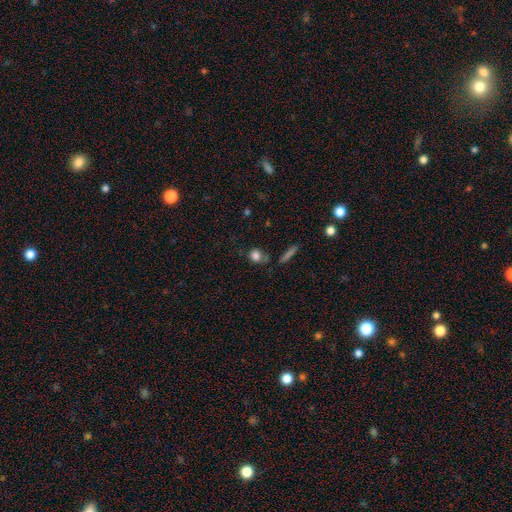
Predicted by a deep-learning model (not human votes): smooth_or_featured: smooth (p=0.80) [alt: star or artifact p=0.11]
how_rounded: round (p=0.64) [alt: in between p=0.31]
merging: none (p=0.59) [alt: minor disturbance p=0.22]